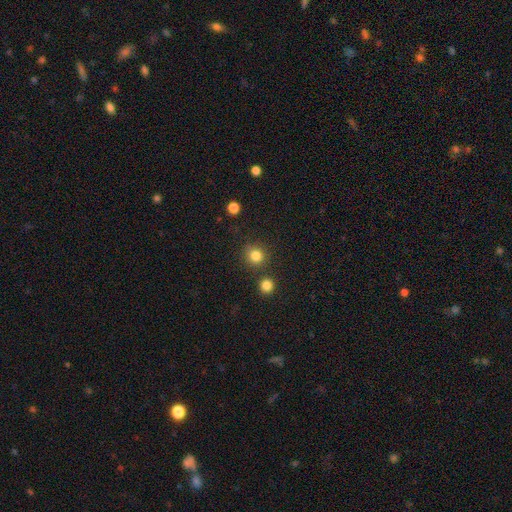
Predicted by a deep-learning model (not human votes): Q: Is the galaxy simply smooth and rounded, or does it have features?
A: smooth — 83%.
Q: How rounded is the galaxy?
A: round — 91%.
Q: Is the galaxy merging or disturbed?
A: none — 83%.